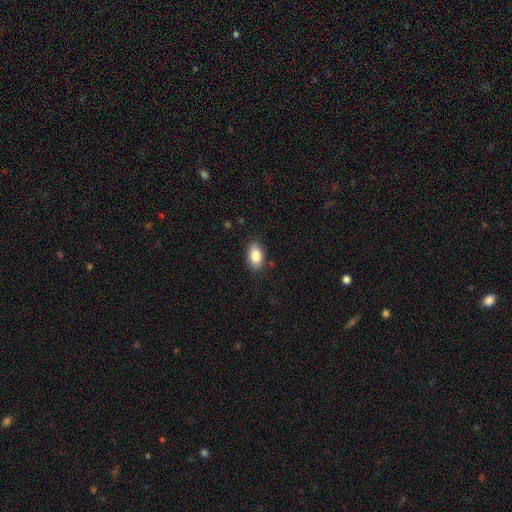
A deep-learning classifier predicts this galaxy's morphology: type=smooth (86%); roundness=in between (91%); merging=none (86%).